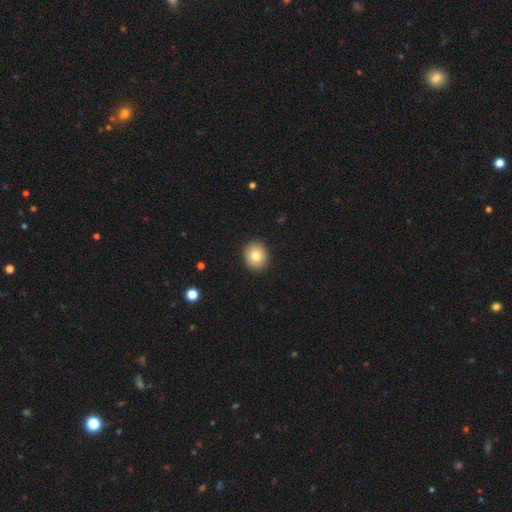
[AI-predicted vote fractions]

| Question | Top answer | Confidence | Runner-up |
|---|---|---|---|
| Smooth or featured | smooth | 79% | featured or disk (12%) |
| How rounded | round | 85% | in between (14%) |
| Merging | none | 92% | minor disturbance (5%) |